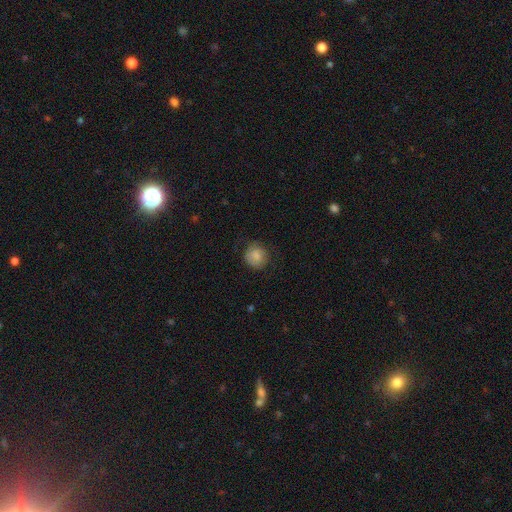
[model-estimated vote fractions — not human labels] Smooth or featured? smooth (80%)
How rounded? round (81%)
Merging? none (71%)